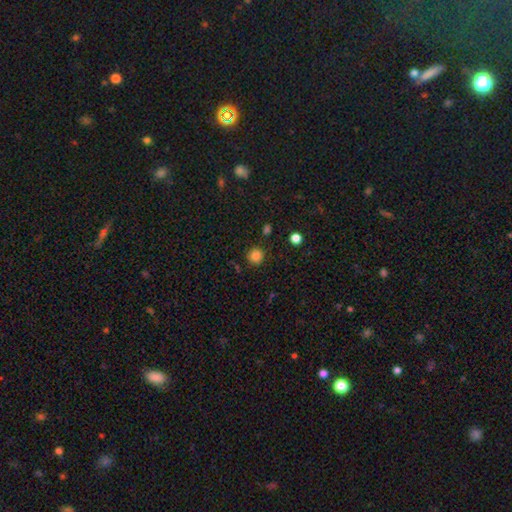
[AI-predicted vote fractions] Overall: smooth (84%). How rounded: round (91%). Merging: none (86%).